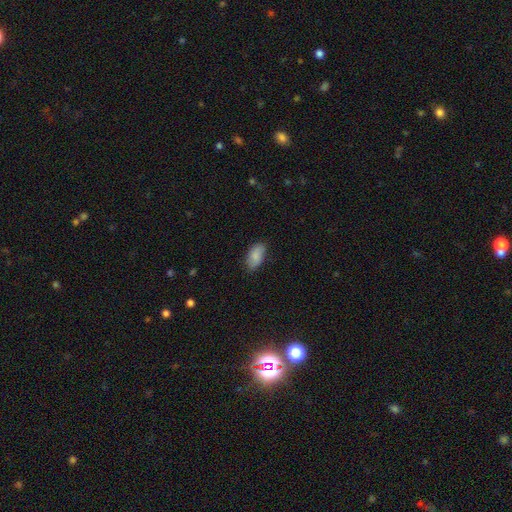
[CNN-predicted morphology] A smooth galaxy with no disk features (86%) that is in between round and cigar-shaped (94%). Merging: none (80%).